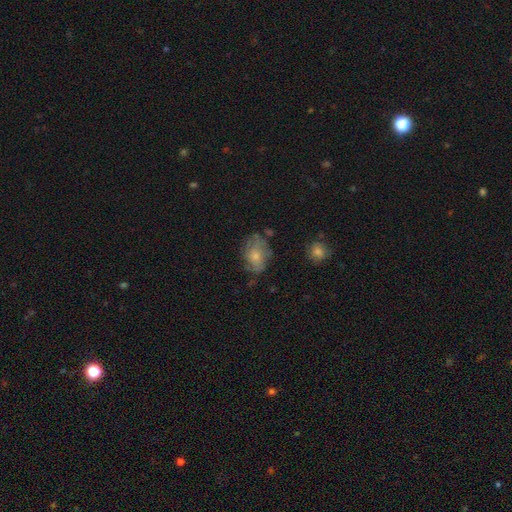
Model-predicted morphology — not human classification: smooth-or-featured: smooth: 54% | featured or disk: 38% | star or artifact: 9%
  how-rounded: in between: 76% | round: 23% | cigar-shaped: 1%
  merging: none: 55% | minor disturbance: 28% | major disturbance: 13% | merger: 3%